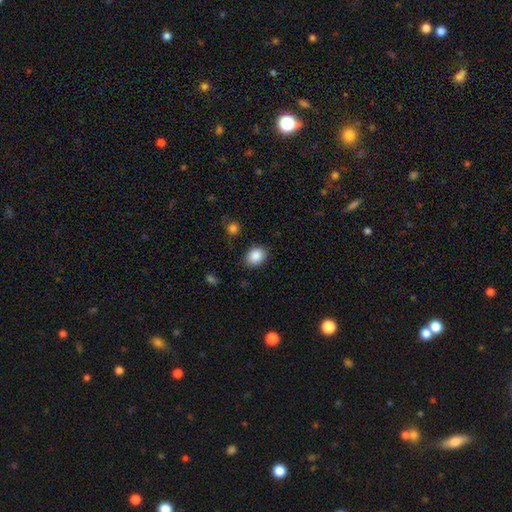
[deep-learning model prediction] Smooth or featured?
  - smooth: 87% *
  - star or artifact: 8%
  - featured or disk: 4%
How rounded?
  - in between: 58% *
  - round: 41%
  - cigar-shaped: 1%
Merging?
  - none: 85% *
  - minor disturbance: 10%
  - major disturbance: 3%
  - merger: 2%